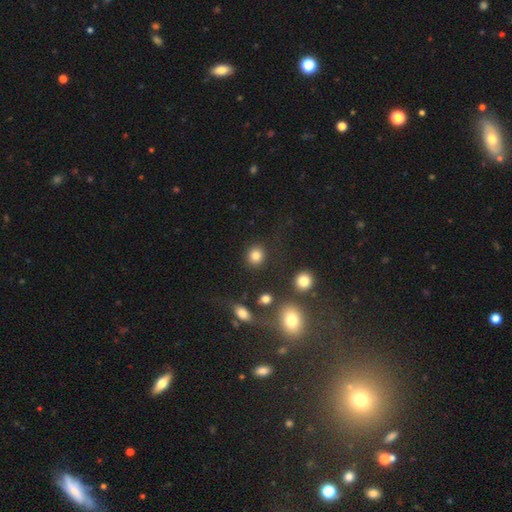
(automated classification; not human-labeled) Smooth or featured? Predicted: smooth (p=0.84). How rounded? Predicted: round (p=0.81). Merging? Predicted: none (p=0.84).